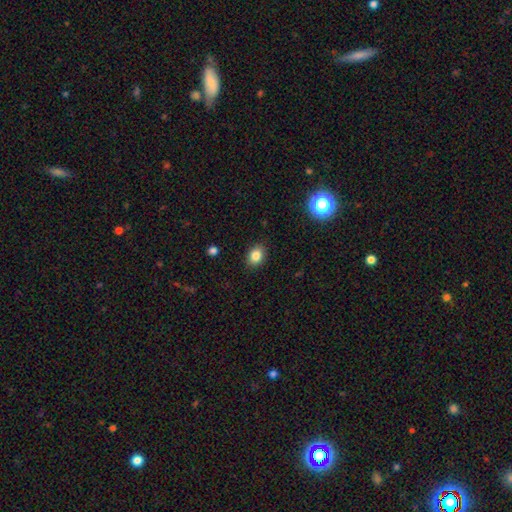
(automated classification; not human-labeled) This appears to be a smooth galaxy with no disk features (83%) that is in between round and cigar-shaped (60%). Merging: none (88%).